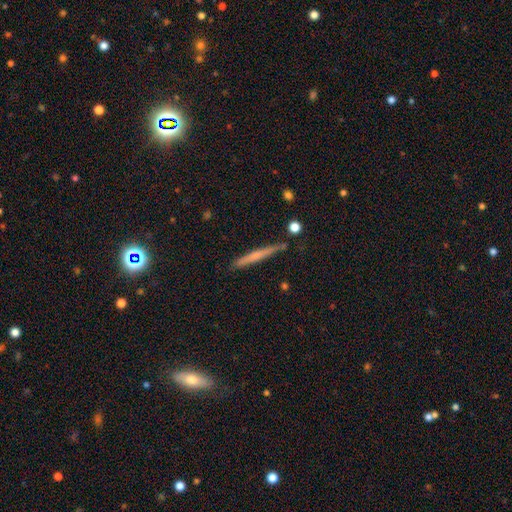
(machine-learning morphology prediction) A smooth galaxy with no disk features (50%) that is cigar-shaped (96%).

Vote fractions:
- Smooth or featured? smooth: 50% / featured or disk: 42% / star or artifact: 7%
- How rounded? cigar-shaped: 96% / in between: 2% / round: 2%
- Merging? none: 85% / minor disturbance: 10% / merger: 2% / major disturbance: 2%